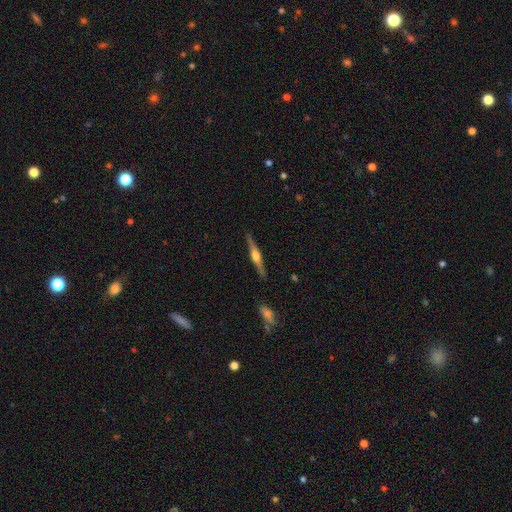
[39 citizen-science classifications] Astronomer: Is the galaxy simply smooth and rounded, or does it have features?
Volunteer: featured or disk — 77%.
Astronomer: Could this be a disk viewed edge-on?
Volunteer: yes — 100%.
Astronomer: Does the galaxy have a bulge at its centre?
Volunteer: rounded — 97%.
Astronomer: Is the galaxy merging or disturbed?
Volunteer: none — 87%.